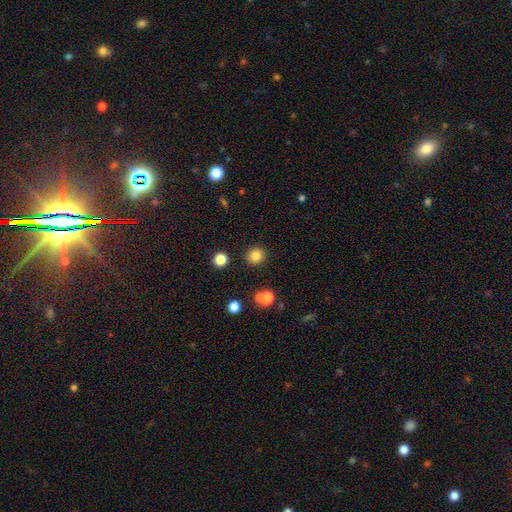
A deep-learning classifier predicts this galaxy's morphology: Smooth or featured: smooth — 84% (star or artifact — 12%)
How rounded: round — 90% (in between — 9%)
Merging: none — 90% (minor disturbance — 6%)